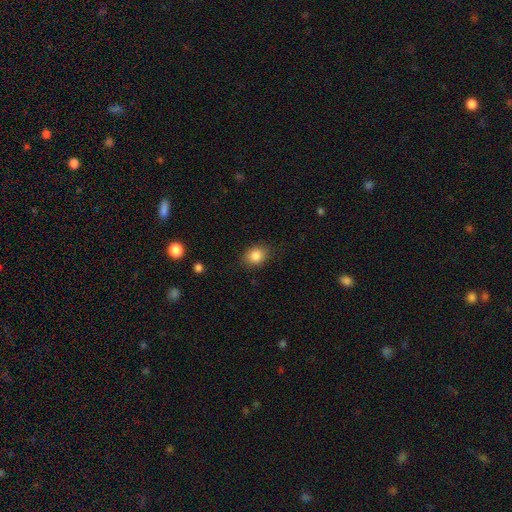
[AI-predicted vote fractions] Morphology: type=smooth (85%); roundness=in between (51%); merging=none (83%).